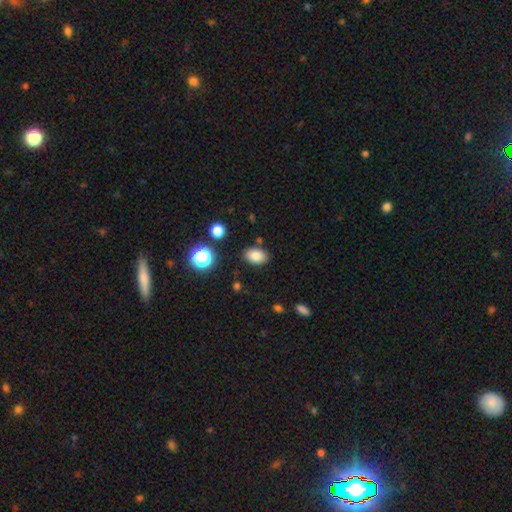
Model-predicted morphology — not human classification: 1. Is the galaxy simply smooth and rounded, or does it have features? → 83% smooth, 11% star or artifact, 6% featured or disk.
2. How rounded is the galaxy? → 83% in between, 16% round, 1% cigar-shaped.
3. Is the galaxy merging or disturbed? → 83% none, 11% minor disturbance, 3% major disturbance, 3% merger.